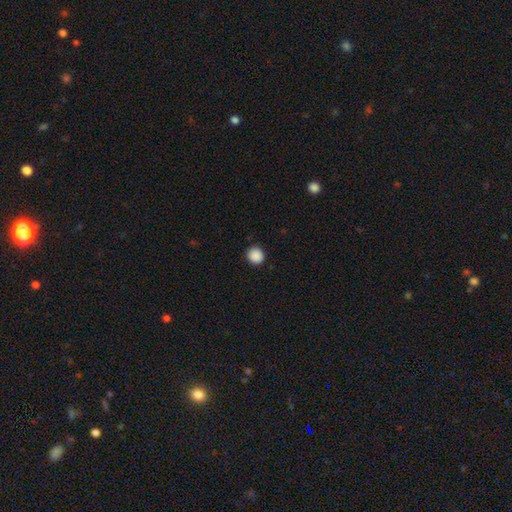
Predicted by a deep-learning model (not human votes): Overall: smooth (89%). How rounded: round (91%). Merging: none (92%).